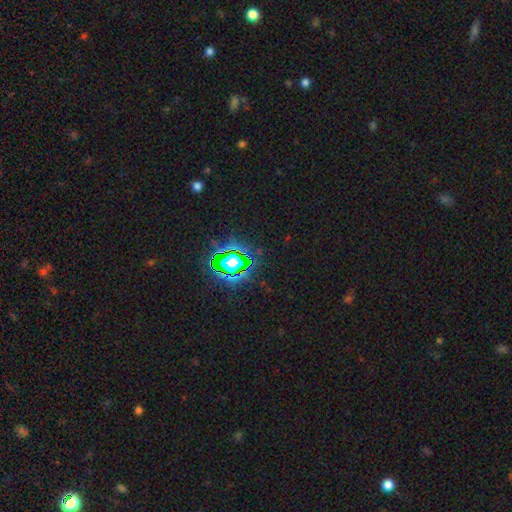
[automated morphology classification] star or artifact 82%, smooth 11%, featured or disk 7%.